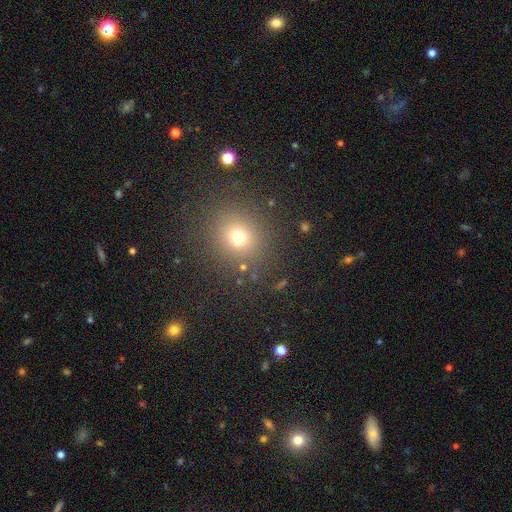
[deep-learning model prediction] The model was most divided on "smooth or featured": smooth: 59%, star or artifact: 33%, featured or disk: 7%. More confident: merging — none (89%); how rounded — round (86%).